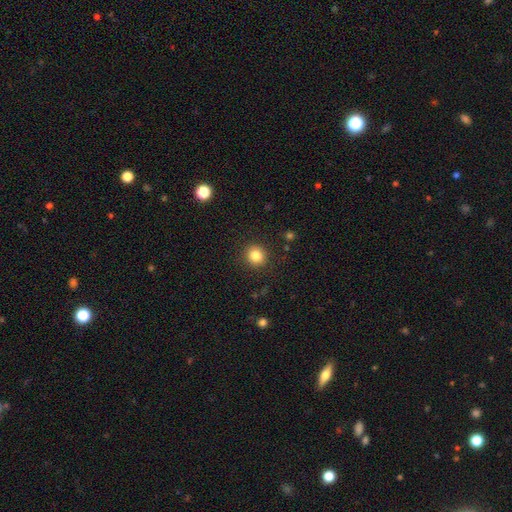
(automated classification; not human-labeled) This is clearly a smooth galaxy (83%). How rounded: clearly round (90%). Merging: clearly none (90%).